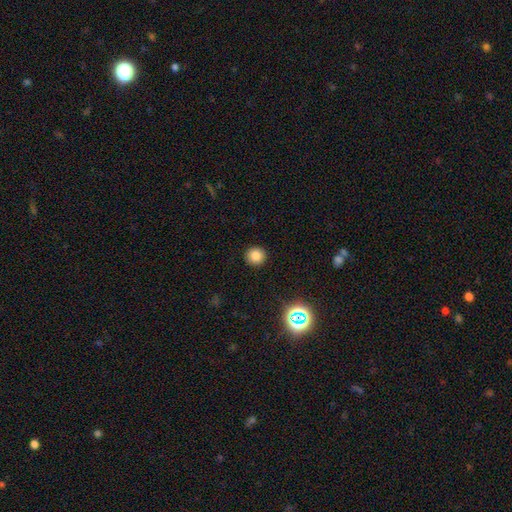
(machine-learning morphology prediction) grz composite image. It shows a smooth galaxy with no disk features (82%) that is round (93%). Merging: none (92%).